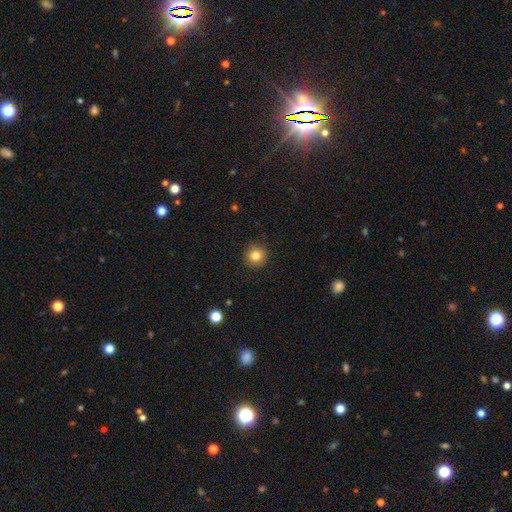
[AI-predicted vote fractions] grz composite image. It shows a smooth galaxy with no disk features (83%) that is round (93%). Merging: none (91%).